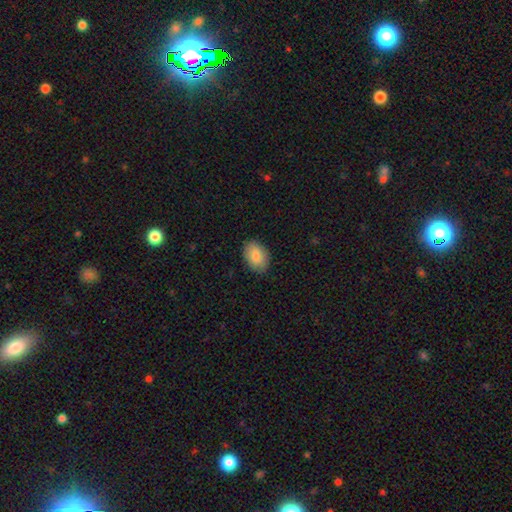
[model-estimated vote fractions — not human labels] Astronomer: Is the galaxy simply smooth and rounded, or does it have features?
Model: smooth — 85%.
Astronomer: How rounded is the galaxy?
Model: in between — 87%.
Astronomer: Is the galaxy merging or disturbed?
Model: none — 87%.